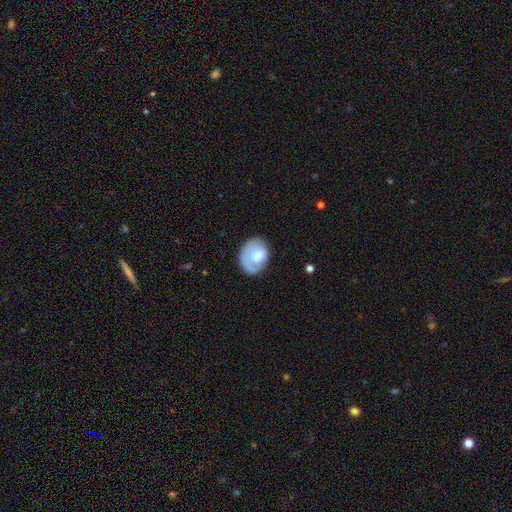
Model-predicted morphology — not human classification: Smooth or featured? smooth (64%)
How rounded? in between (58%)
Merging? none (63%)